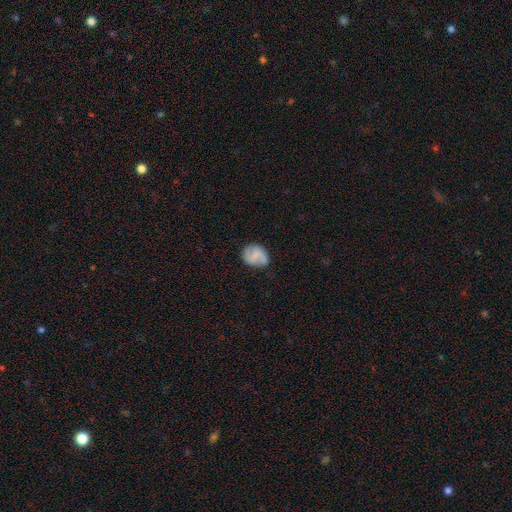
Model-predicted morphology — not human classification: type=smooth (47%); merging=none (71%).